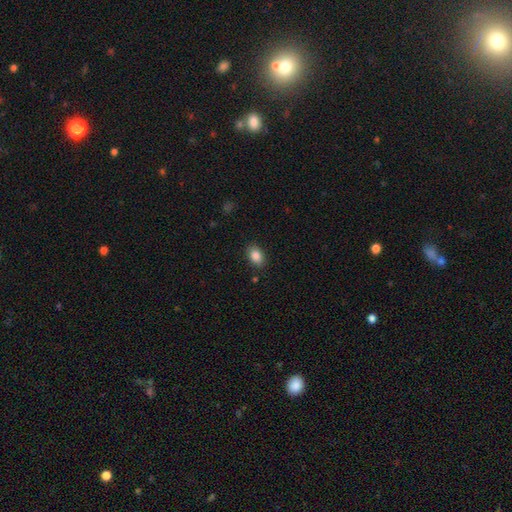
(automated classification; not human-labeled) Overall: smooth (86%). How rounded: in between (83%). Merging: none (87%).